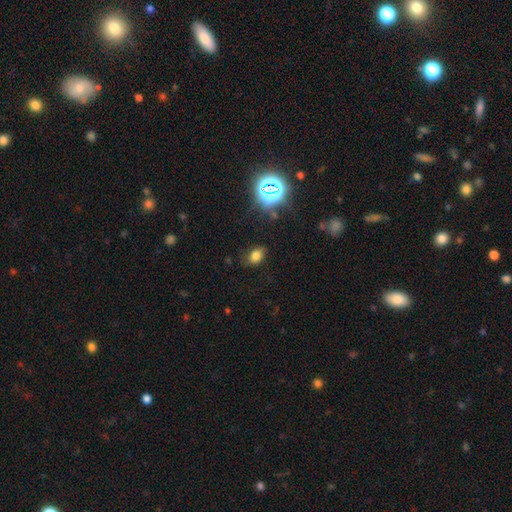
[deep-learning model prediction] smooth-or-featured: smooth: 71% | star or artifact: 21% | featured or disk: 8%
  how-rounded: in between: 73% | round: 26% | cigar-shaped: 1%
  merging: none: 76% | minor disturbance: 17% | major disturbance: 5% | merger: 2%